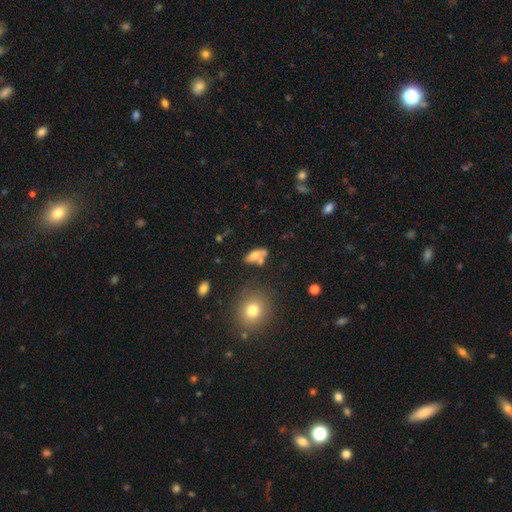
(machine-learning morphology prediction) smooth_or_featured: smooth (p=0.60) [alt: featured or disk p=0.30]
how_rounded: in between (p=0.77) [alt: cigar-shaped p=0.15]
merging: none (p=0.50) [alt: merger p=0.26]